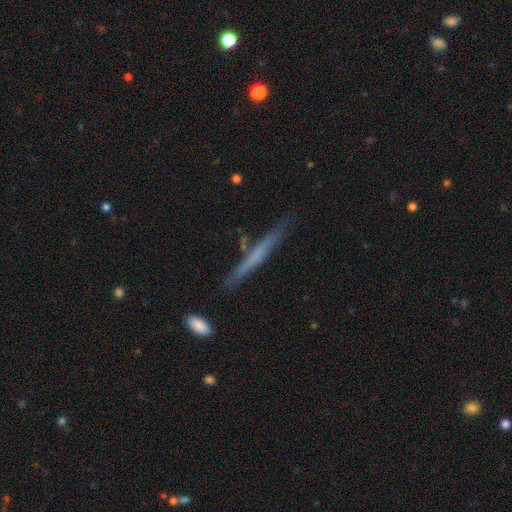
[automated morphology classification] This appears to be a featured or disk galaxy (47%). Merging: none (81%).